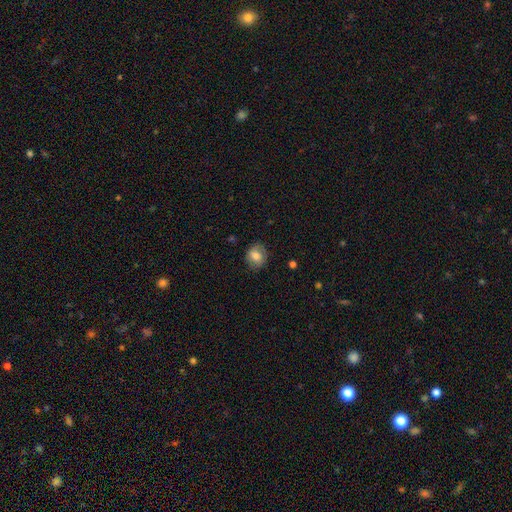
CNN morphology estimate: smooth-or-featured: smooth: 74% | featured or disk: 18% | star or artifact: 8%
  how-rounded: round: 68% | in between: 31% | cigar-shaped: 1%
  merging: none: 80% | minor disturbance: 15% | major disturbance: 4% | merger: 1%